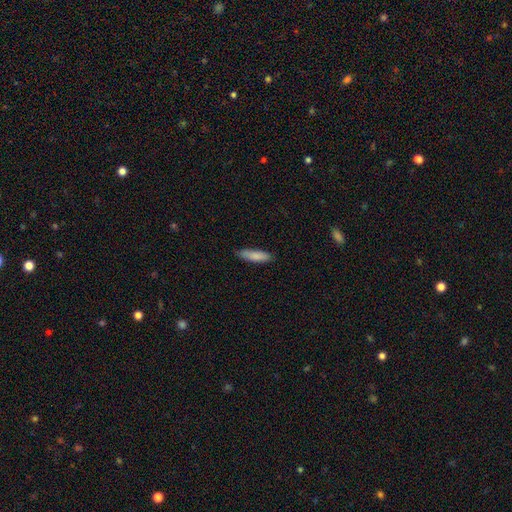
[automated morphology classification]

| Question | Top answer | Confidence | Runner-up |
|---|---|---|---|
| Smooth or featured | smooth | 85% | featured or disk (9%) |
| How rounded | cigar-shaped | 65% | in between (33%) |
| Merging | none | 81% | minor disturbance (16%) |